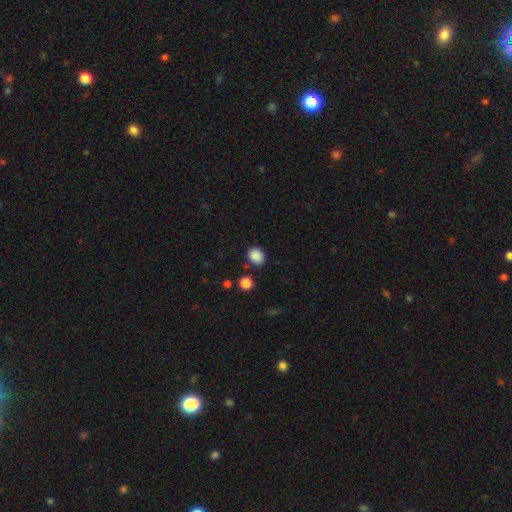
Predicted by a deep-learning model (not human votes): Overall: smooth (87%). How rounded: in between (50%; round 49%). Merging: none (80%).